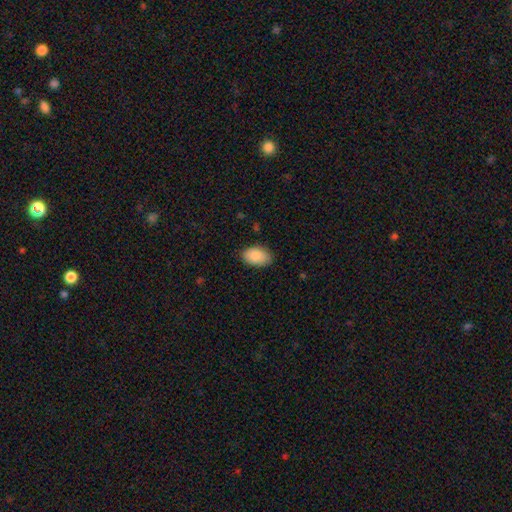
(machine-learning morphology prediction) smooth 88%, star or artifact 6%, featured or disk 6%. Down the decision tree: how rounded — in between (92%); merging — none (85%).